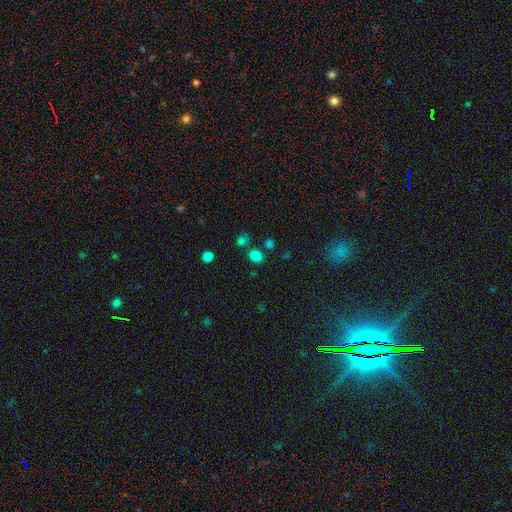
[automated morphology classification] Smooth or featured: smooth — 78% (star or artifact — 18%)
How rounded: round — 75% (in between — 24%)
Merging: none — 74% (merger — 13%)